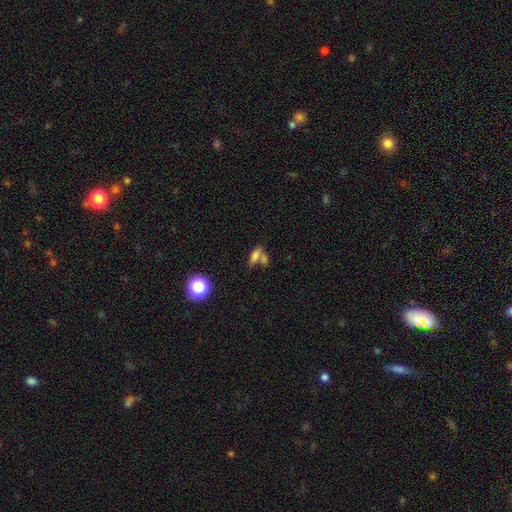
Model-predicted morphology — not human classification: Smooth or featured? smooth (70%)
How rounded? in between (70%)
Merging? merger (50%)